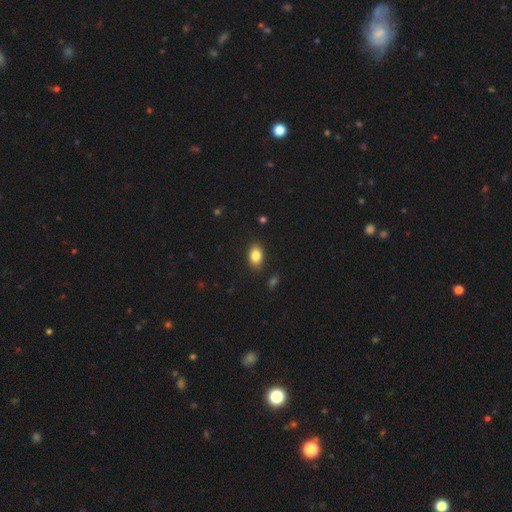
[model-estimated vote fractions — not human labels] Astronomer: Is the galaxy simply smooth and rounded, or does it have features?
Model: smooth — 84%.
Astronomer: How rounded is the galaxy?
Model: in between — 84%.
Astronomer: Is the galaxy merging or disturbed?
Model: none — 87%.